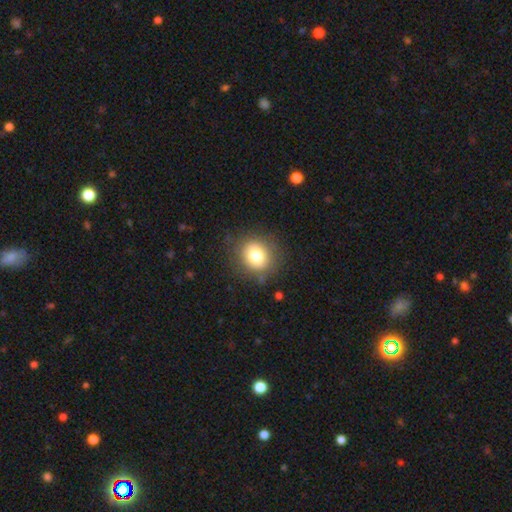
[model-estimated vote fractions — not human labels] Smooth or featured? Predicted: smooth (p=0.78). How rounded? Predicted: round (p=0.81). Merging? Predicted: none (p=0.83).